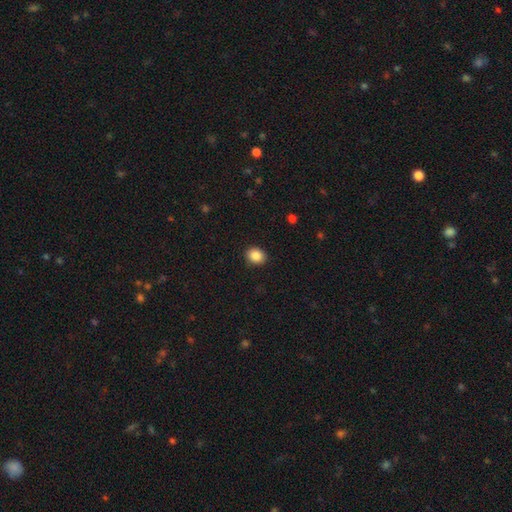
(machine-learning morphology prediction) type=smooth (87%); roundness=round (52%); merging=none (91%).